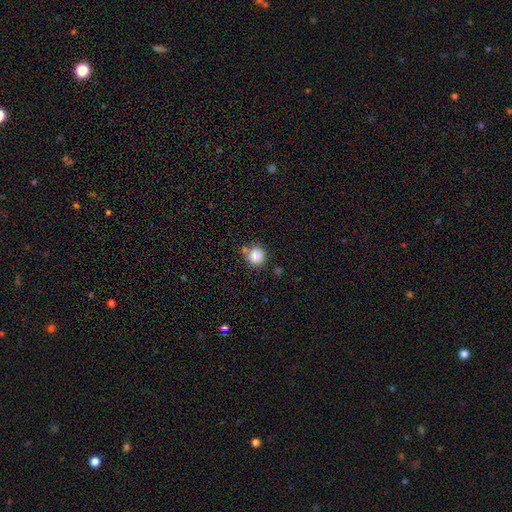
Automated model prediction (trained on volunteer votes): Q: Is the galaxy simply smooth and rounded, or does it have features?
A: smooth — 86%.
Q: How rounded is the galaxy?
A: round — 92%.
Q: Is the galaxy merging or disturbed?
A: none — 69%.